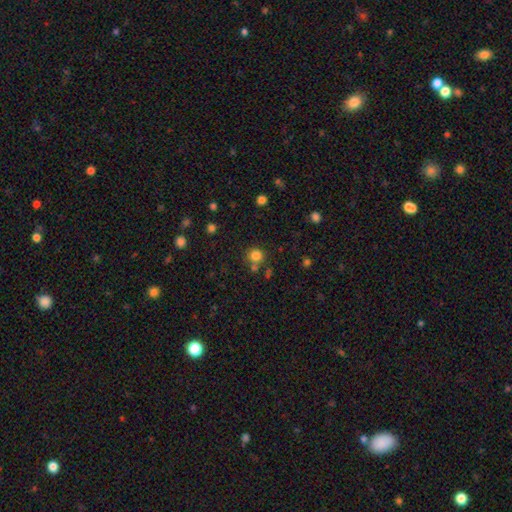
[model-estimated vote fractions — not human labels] Smooth or featured? smooth (81%)
How rounded? round (90%)
Merging? none (70%)